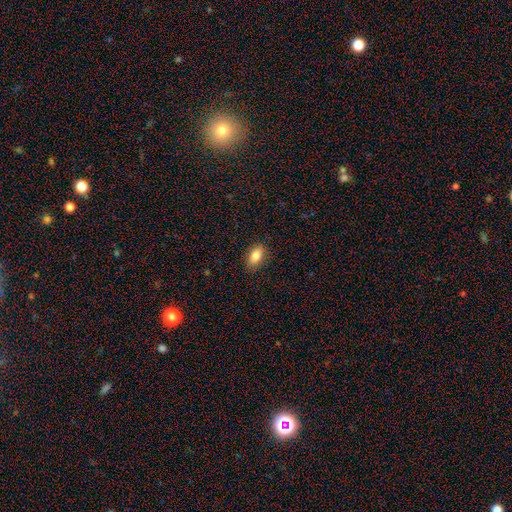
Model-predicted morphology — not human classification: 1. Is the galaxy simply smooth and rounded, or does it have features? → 84% smooth, 8% featured or disk, 8% star or artifact.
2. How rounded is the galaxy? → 90% in between, 7% round, 3% cigar-shaped.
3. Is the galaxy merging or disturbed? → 86% none, 10% minor disturbance, 2% major disturbance, 1% merger.